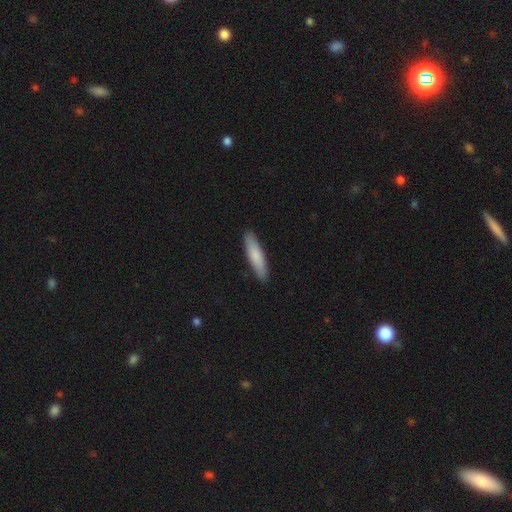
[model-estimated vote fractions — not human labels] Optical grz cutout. It shows a smooth galaxy with no disk features (81%) that is cigar-shaped (79%). Merging: none (89%).